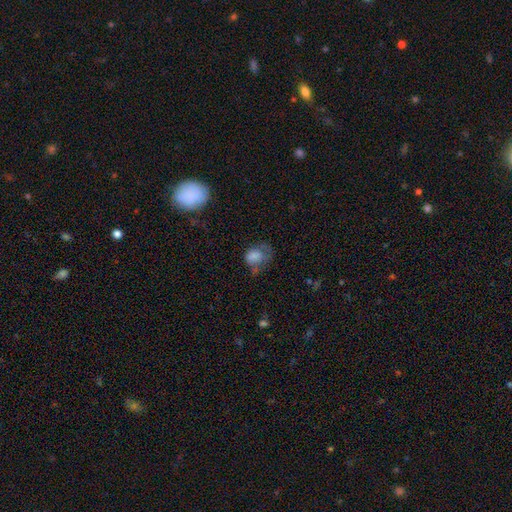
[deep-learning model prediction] smooth-or-featured: smooth: 71% | featured or disk: 17% | star or artifact: 12%
  how-rounded: in between: 60% | round: 38% | cigar-shaped: 1%
  merging: none: 35% | major disturbance: 31% | minor disturbance: 30% | merger: 4%